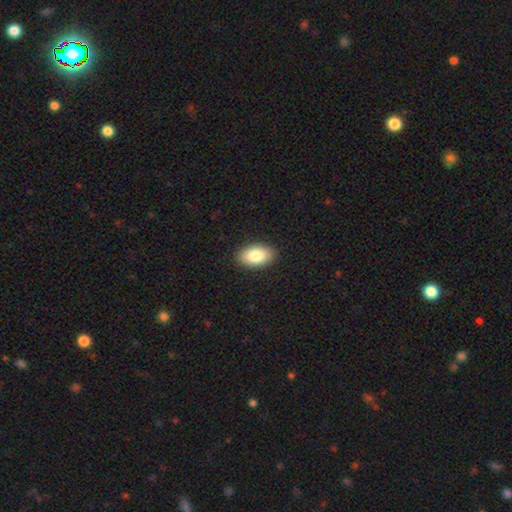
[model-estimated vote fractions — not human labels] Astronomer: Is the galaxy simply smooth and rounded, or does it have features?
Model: smooth — 84%.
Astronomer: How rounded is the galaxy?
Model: in between — 94%.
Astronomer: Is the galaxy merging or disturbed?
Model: none — 90%.